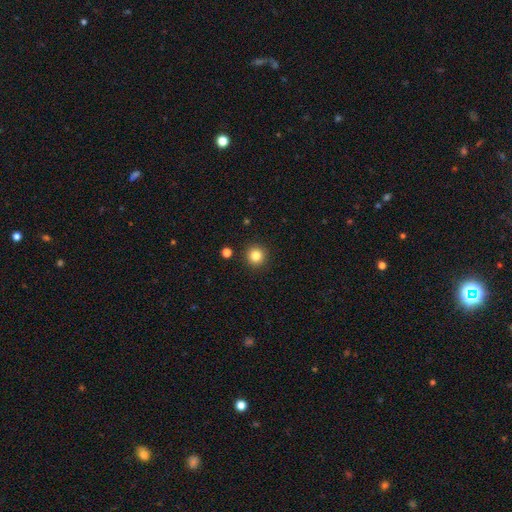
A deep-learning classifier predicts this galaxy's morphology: Smooth or featured: smooth — 83% (star or artifact — 12%)
How rounded: round — 95% (in between — 4%)
Merging: none — 92% (minor disturbance — 5%)